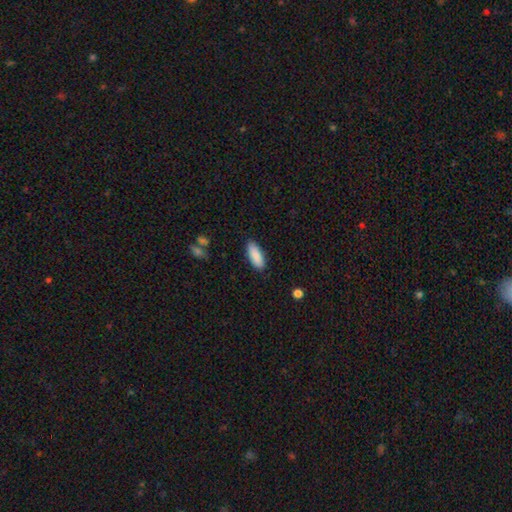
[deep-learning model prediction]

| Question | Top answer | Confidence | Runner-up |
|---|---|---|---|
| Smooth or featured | smooth | 90% | star or artifact (6%) |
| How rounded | in between | 74% | cigar-shaped (24%) |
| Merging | none | 87% | minor disturbance (9%) |